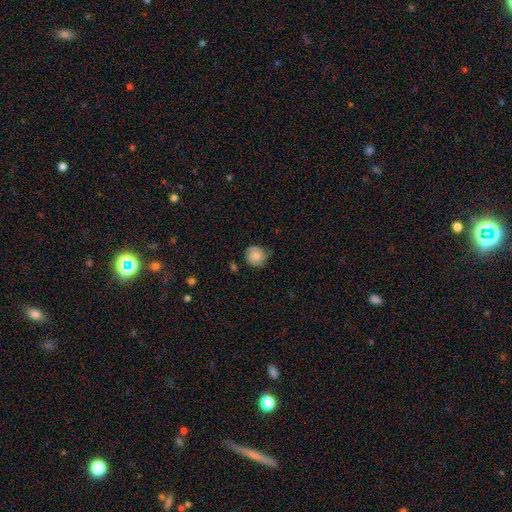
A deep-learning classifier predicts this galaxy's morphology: Q: Smooth or featured?
A: smooth (65%); runner-up: featured or disk (27%)
Q: How rounded?
A: round (81%); runner-up: in between (18%)
Q: Merging?
A: none (57%); runner-up: minor disturbance (32%)